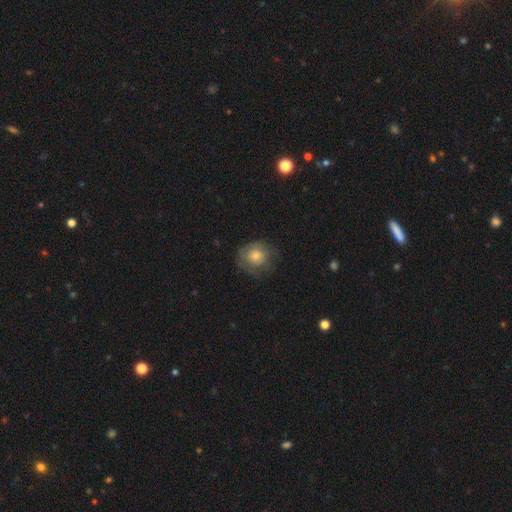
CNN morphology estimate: smooth 58%, featured or disk 32%, star or artifact 10%. Down the decision tree: how rounded — round (84%); merging — none (71%).